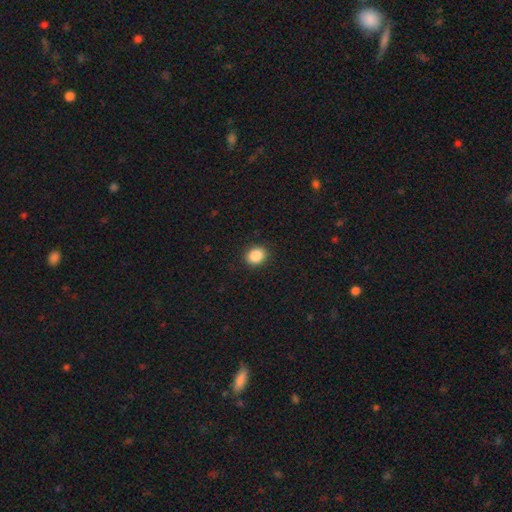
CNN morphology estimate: smooth_or_featured: smooth (p=0.87) [alt: star or artifact p=0.09]
how_rounded: round (p=0.59) [alt: in between p=0.40]
merging: none (p=0.90) [alt: minor disturbance p=0.07]